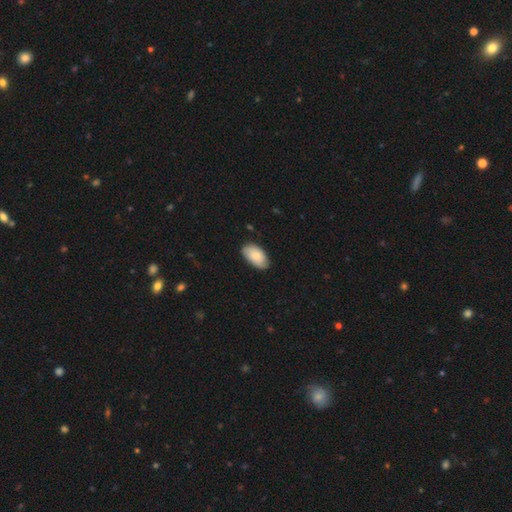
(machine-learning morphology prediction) Smooth or featured?
  - smooth: 83% *
  - featured or disk: 11%
  - star or artifact: 6%
How rounded?
  - in between: 95% *
  - round: 3%
  - cigar-shaped: 2%
Merging?
  - none: 79% *
  - minor disturbance: 17%
  - major disturbance: 2%
  - merger: 1%